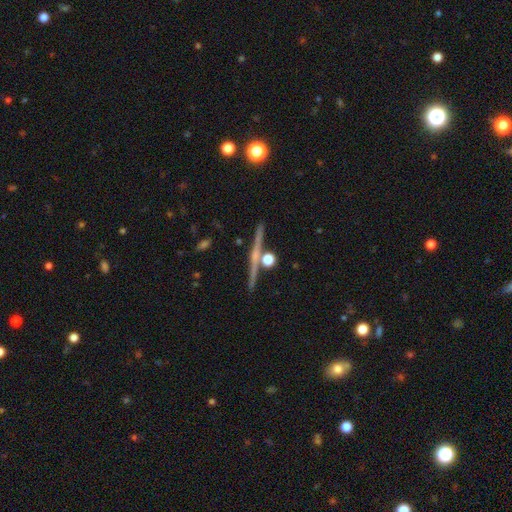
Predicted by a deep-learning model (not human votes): smooth_or_featured: featured or disk (p=0.76) [alt: smooth p=0.15]
disk_edge_on: yes (p=0.98) [alt: no p=0.02]
edge_on_bulge: rounded (p=0.66) [alt: none p=0.26]
merging: none (p=0.86) [alt: merger p=0.06]